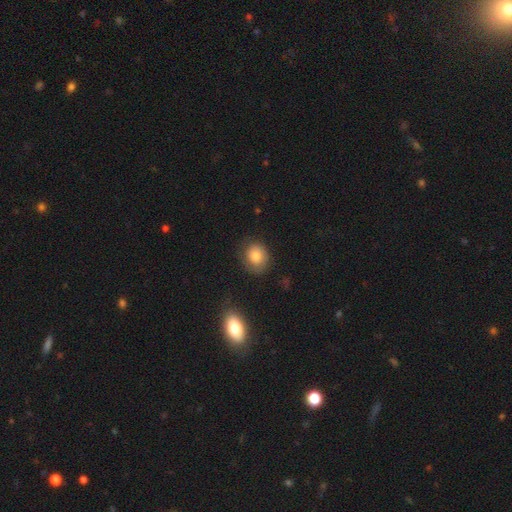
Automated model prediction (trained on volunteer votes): This appears to be a smooth galaxy with no disk features (76%) that is round (64%). Merging: none (72%).